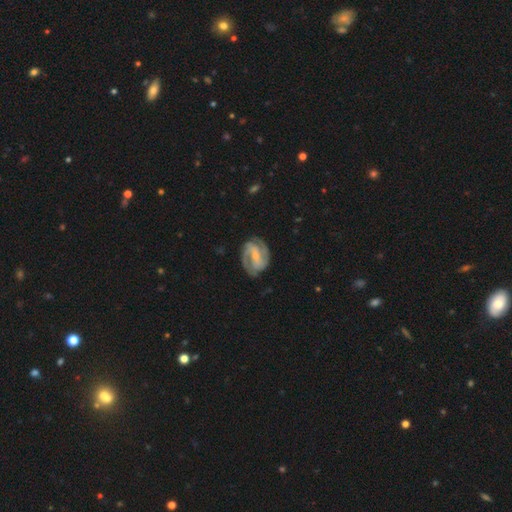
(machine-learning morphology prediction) Smooth or featured? featured or disk (88%)
Edge-on disk? no (98%)
Bar? strong (41%)
Spiral arms? yes (97%)
Spiral winding? medium (48%)
Spiral arm count? 2 (77%)
Bulge size? small (65%)
Merging? none (78%)